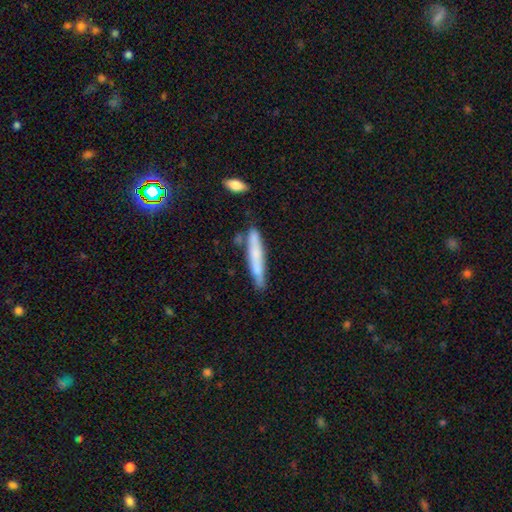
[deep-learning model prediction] Q: Smooth or featured?
A: smooth (58%); runner-up: featured or disk (33%)
Q: How rounded?
A: cigar-shaped (92%); runner-up: in between (6%)
Q: Merging?
A: none (70%); runner-up: minor disturbance (19%)